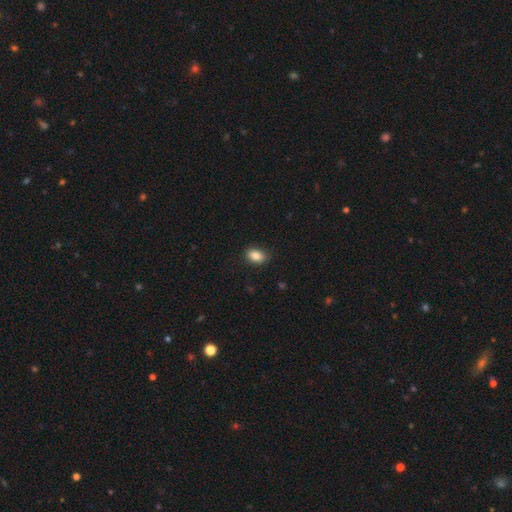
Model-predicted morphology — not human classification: Smooth or featured?
  - smooth: 86% *
  - star or artifact: 8%
  - featured or disk: 5%
How rounded?
  - in between: 85% *
  - round: 14%
  - cigar-shaped: 2%
Merging?
  - none: 87% *
  - minor disturbance: 10%
  - major disturbance: 2%
  - merger: 1%